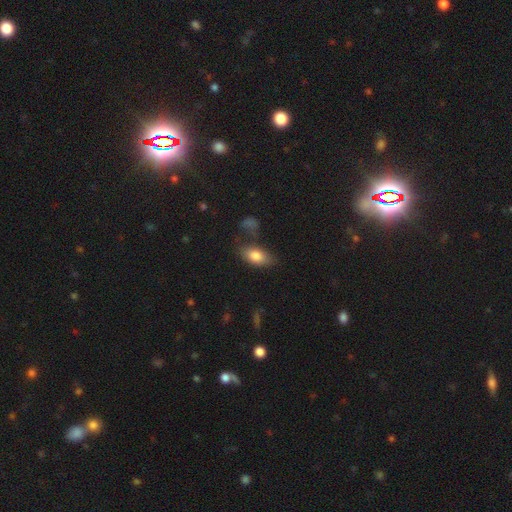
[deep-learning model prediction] This appears to be a smooth galaxy with no disk features (81%) that is in between round and cigar-shaped (89%). Merging: none (64%).